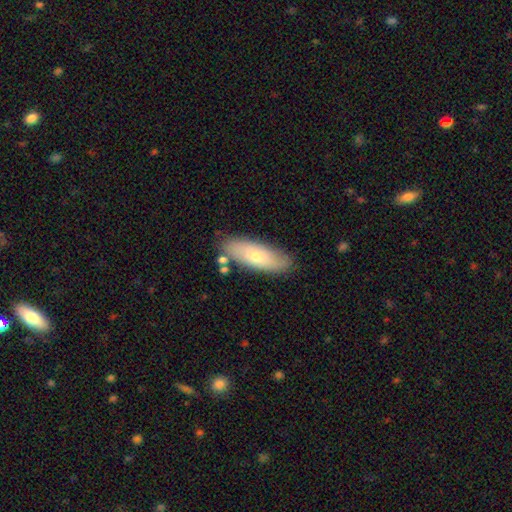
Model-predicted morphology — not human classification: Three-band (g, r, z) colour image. It shows a smooth galaxy with no disk features (65%) that is in between round and cigar-shaped (64%). Merging: none (79%).